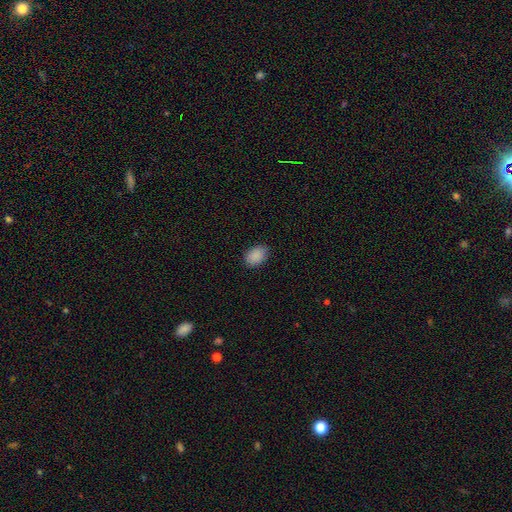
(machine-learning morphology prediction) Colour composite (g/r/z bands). It shows a smooth galaxy with no disk features (90%) that is in between round and cigar-shaped (86%). Merging: none (85%).